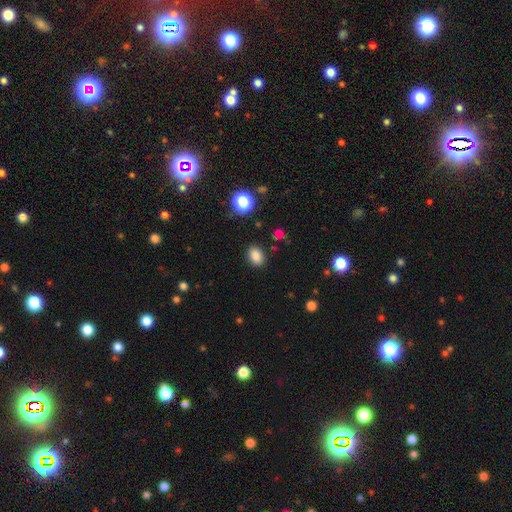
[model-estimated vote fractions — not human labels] Smooth or featured? Predicted: smooth (p=0.84). How rounded? Predicted: in between (p=0.75). Merging? Predicted: none (p=0.87).